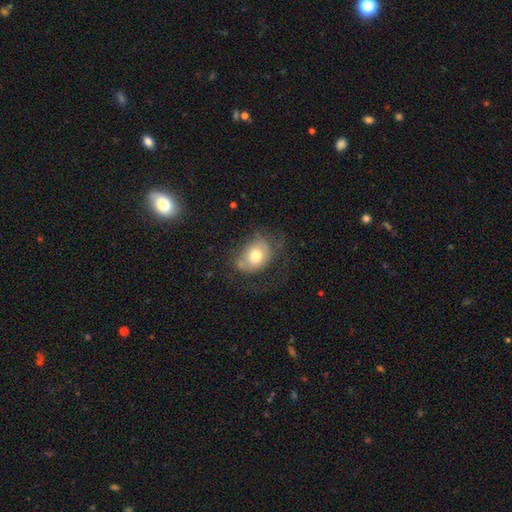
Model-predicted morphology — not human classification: smooth-or-featured: smooth: 69% | featured or disk: 22% | star or artifact: 9%
  how-rounded: in between: 56% | round: 43% | cigar-shaped: 1%
  merging: none: 50% | minor disturbance: 26% | major disturbance: 19% | merger: 5%